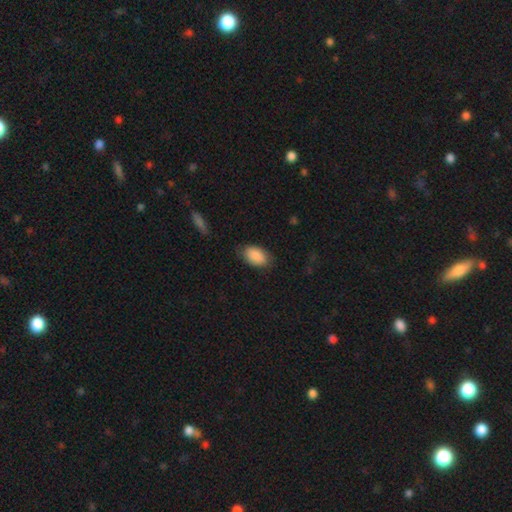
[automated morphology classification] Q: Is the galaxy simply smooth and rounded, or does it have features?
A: smooth — 89%.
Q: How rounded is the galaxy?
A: in between — 91%.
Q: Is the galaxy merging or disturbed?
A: none — 79%.